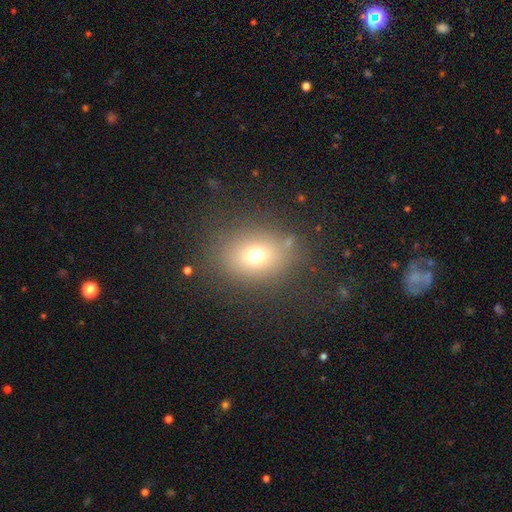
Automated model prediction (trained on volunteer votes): A smooth galaxy with no disk features (70%) that is round (50%).

Vote fractions:
- Smooth or featured? smooth: 70% / star or artifact: 17% / featured or disk: 13%
- How rounded? round: 50% / in between: 49% / cigar-shaped: 1%
- Merging? none: 81% / minor disturbance: 11% / major disturbance: 6% / merger: 3%